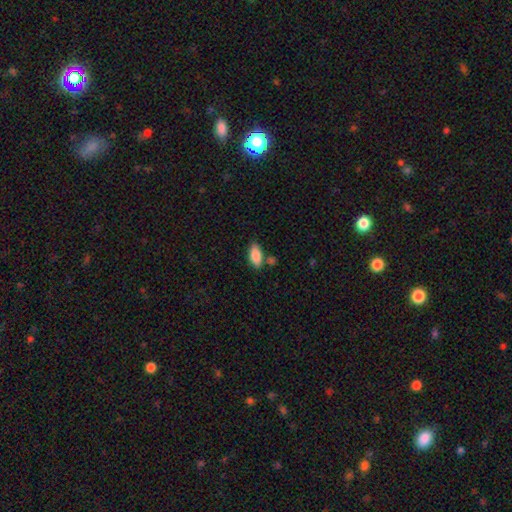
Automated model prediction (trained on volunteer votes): A smooth galaxy with no disk features (86%) that is in between round and cigar-shaped (89%). Merging: none (74%).